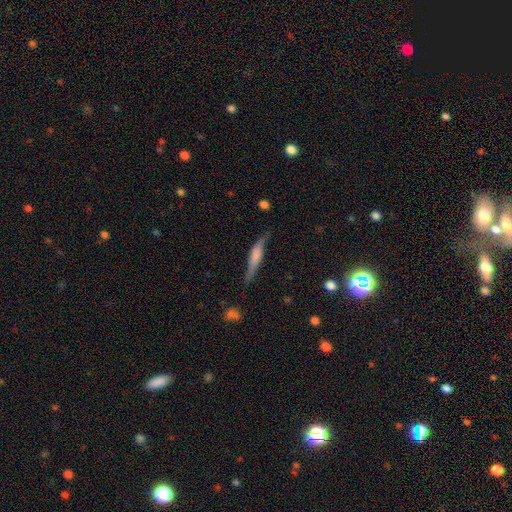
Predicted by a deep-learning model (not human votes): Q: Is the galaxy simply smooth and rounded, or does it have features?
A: featured or disk — 50%.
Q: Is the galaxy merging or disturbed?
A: none — 64%.